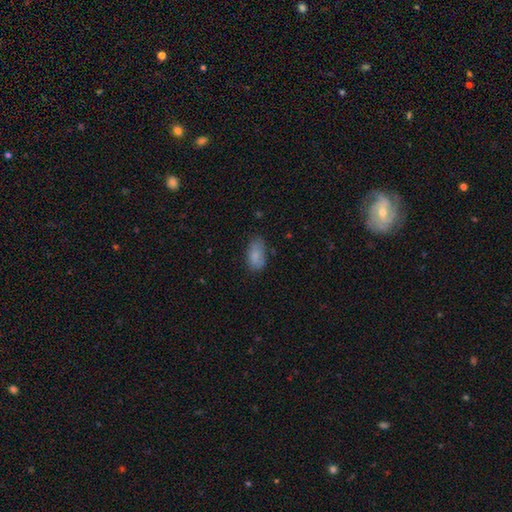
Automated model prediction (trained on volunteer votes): A smooth galaxy with no disk features (83%) that is in between round and cigar-shaped (92%). Merging: none (65%).